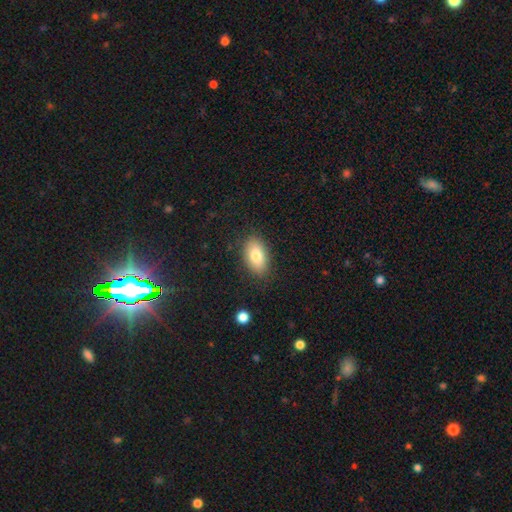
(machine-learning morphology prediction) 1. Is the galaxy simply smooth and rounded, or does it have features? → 81% smooth, 12% featured or disk, 8% star or artifact.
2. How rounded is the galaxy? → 91% in between, 7% round, 2% cigar-shaped.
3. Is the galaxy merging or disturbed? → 85% none, 11% minor disturbance, 3% major disturbance, 1% merger.